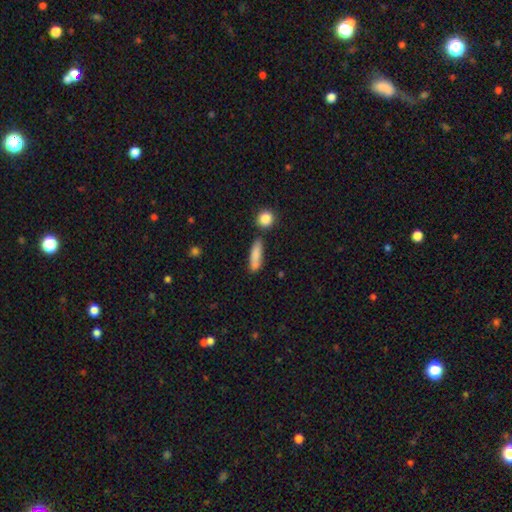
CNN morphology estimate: Overall: smooth (84%). How rounded: cigar-shaped (66%; in between 31%). Merging: none (75%).